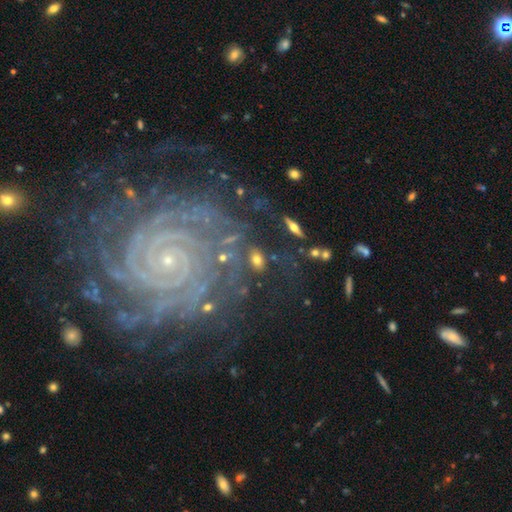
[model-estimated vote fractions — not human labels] This appears to be a featured or disk galaxy (91%) with no bar (72%), 2 (34%) tight (89%) spiral arms (99%) and a small central bulge (88%). Merging: none (73%).